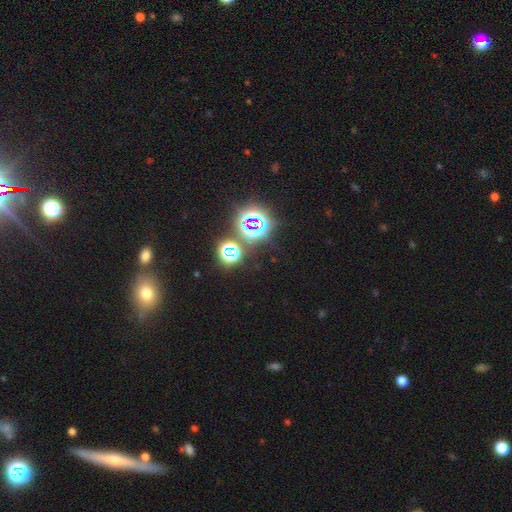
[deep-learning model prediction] Morphology: type=star or artifact (70%).